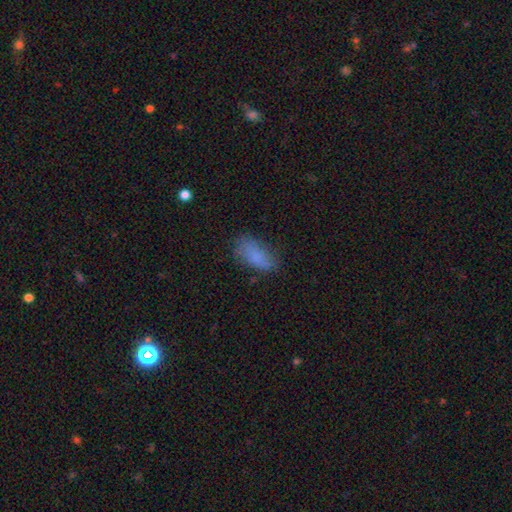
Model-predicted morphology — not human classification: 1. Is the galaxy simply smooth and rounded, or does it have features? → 80% smooth, 11% featured or disk, 9% star or artifact.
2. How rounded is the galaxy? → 86% in between, 11% cigar-shaped, 3% round.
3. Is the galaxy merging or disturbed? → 64% none, 25% minor disturbance, 9% major disturbance, 2% merger.